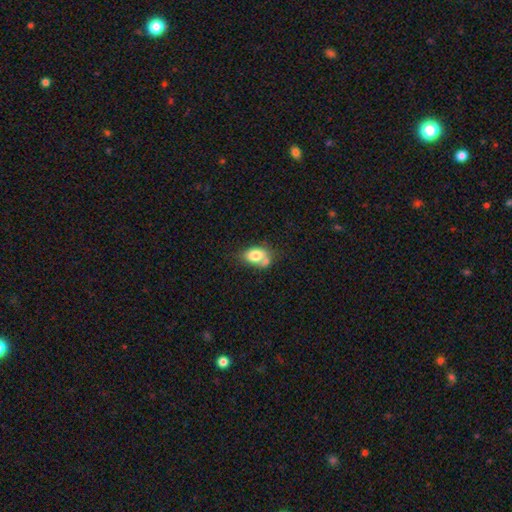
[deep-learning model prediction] smooth 75%, featured or disk 16%, star or artifact 9%. Down the decision tree: how rounded — in between (80%); merging — none (38%).